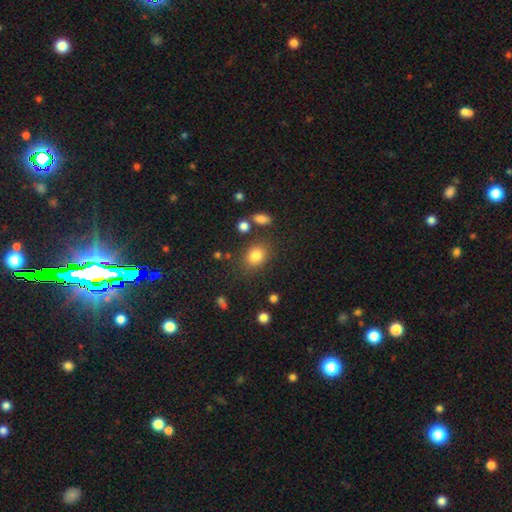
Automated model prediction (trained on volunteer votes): The model was most divided on "how rounded": round: 52%, in between: 46%, cigar-shaped: 1%. More confident: smooth or featured — smooth (81%); merging — none (78%).